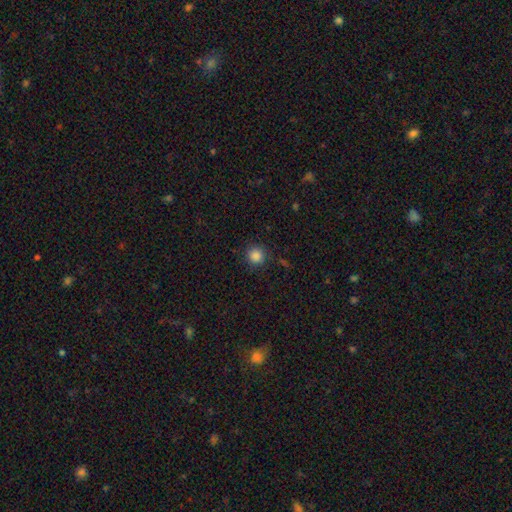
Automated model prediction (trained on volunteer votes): Morphology: type=smooth (85%); roundness=round (93%); merging=none (88%).